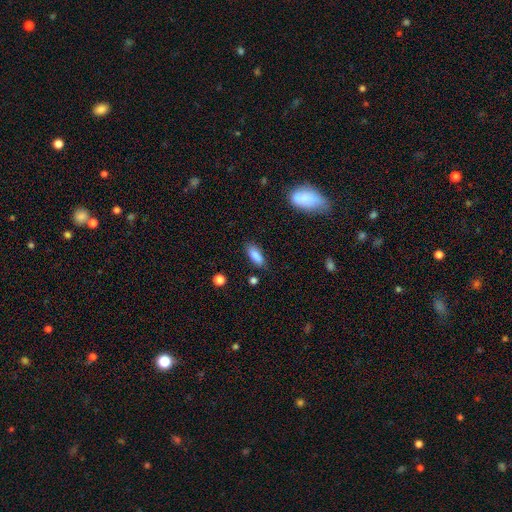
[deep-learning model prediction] Smooth or featured? smooth (86%)
How rounded? in between (77%)
Merging? none (80%)